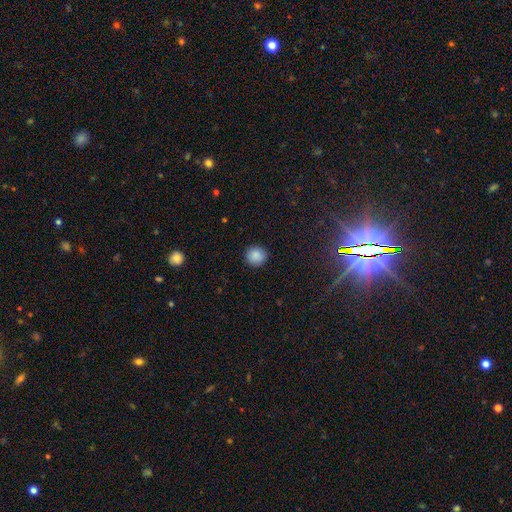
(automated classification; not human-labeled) This appears to be a smooth galaxy with no disk features (87%) that is round (90%). Merging: none (90%).